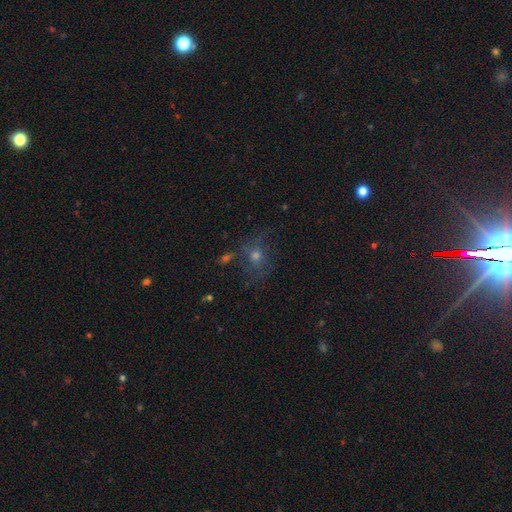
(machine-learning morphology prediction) A smooth galaxy with no disk features (38%).

Vote fractions:
- Smooth or featured? smooth: 38% / featured or disk: 34% / star or artifact: 28%
- Merging? none: 58% / minor disturbance: 20% / major disturbance: 16% / merger: 6%